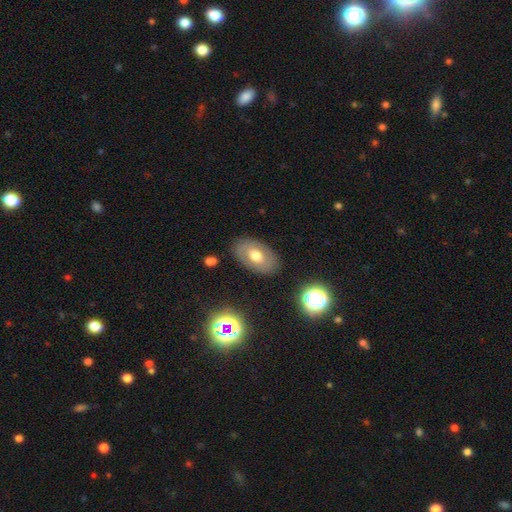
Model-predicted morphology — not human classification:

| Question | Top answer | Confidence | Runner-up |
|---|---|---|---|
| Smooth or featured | smooth | 53% | featured or disk (38%) |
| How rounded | in between | 89% | round (10%) |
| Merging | none | 84% | minor disturbance (11%) |